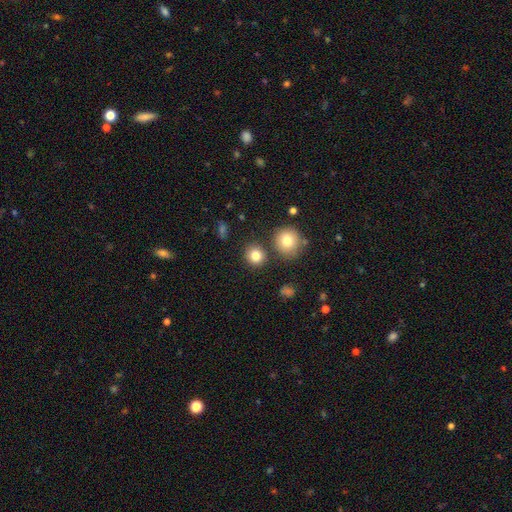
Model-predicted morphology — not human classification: The model was most divided on "smooth or featured": smooth: 81%, star or artifact: 12%, featured or disk: 7%. More confident: how rounded — round (89%); merging — none (83%).